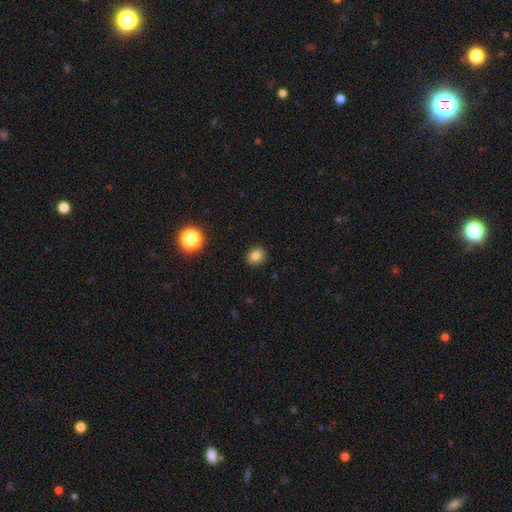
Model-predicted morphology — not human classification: Smooth or featured? Predicted: smooth (p=0.82). How rounded? Predicted: round (p=0.68). Merging? Predicted: none (p=0.90).